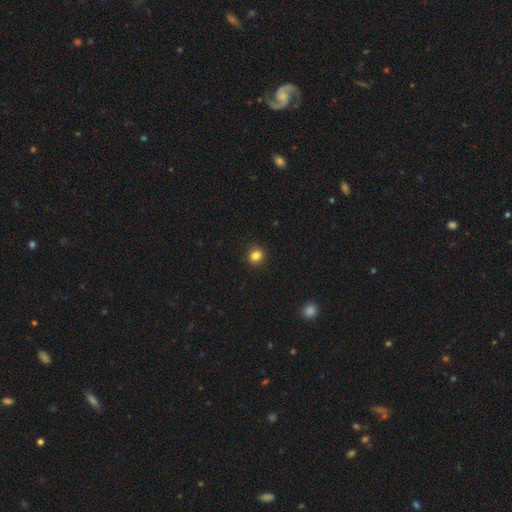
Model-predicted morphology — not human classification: Smooth or featured?
  - smooth: 84% *
  - star or artifact: 11%
  - featured or disk: 4%
How rounded?
  - round: 83% *
  - in between: 16%
  - cigar-shaped: 1%
Merging?
  - none: 92% *
  - minor disturbance: 5%
  - major disturbance: 2%
  - merger: 1%